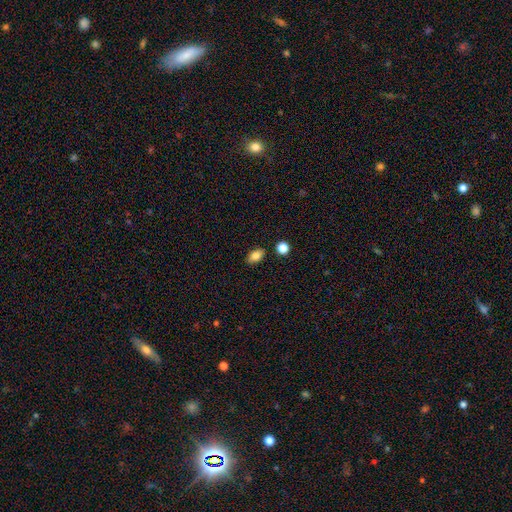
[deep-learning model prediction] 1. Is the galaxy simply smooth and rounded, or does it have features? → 82% smooth, 9% star or artifact, 9% featured or disk.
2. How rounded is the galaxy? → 88% in between, 10% round, 2% cigar-shaped.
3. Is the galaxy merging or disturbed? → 86% none, 9% minor disturbance, 3% merger, 2% major disturbance.